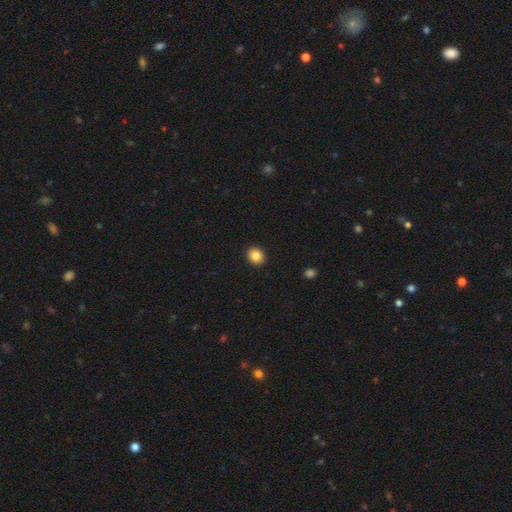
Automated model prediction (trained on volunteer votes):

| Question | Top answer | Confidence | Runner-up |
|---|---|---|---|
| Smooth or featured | smooth | 85% | star or artifact (9%) |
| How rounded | round | 76% | in between (23%) |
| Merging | none | 93% | minor disturbance (5%) |